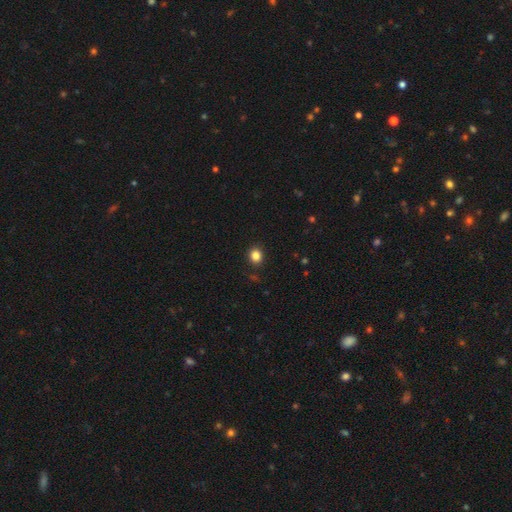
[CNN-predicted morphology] The model was most divided on "how rounded": round: 71%, in between: 28%, cigar-shaped: 1%. More confident: merging — none (90%); smooth or featured — smooth (85%).